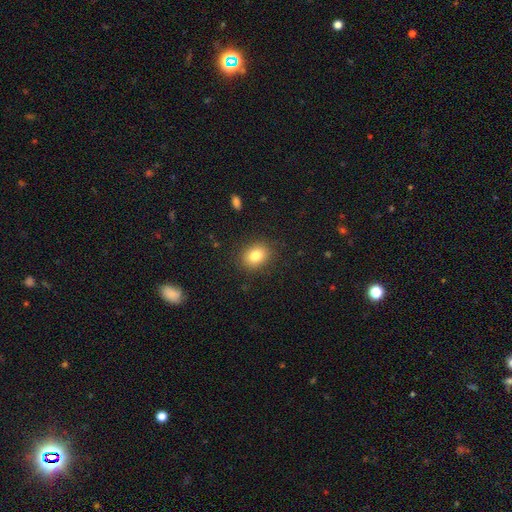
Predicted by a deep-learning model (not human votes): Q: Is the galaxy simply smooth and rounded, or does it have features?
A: smooth — 81%.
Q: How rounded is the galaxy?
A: in between — 51%.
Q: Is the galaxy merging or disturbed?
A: none — 87%.